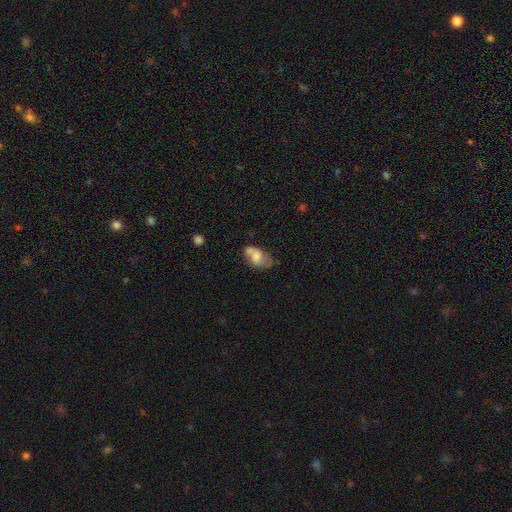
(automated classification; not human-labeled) A smooth galaxy with no disk features (58%) that is in between round and cigar-shaped (89%). Merging: none (42%).